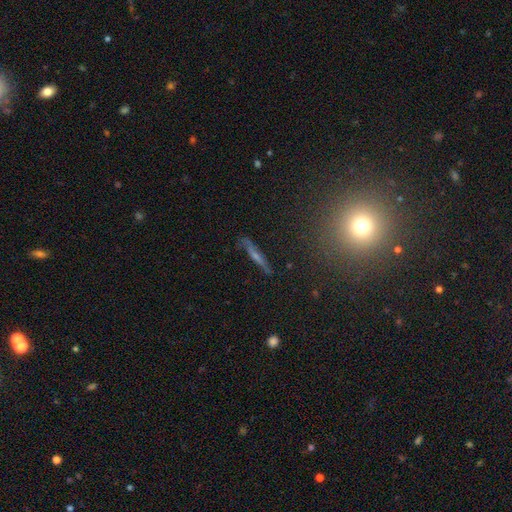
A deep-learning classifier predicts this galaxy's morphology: Overall: featured or disk (54%; smooth 30%). Edge-on disk: yes (89%). Merging: none (83%).